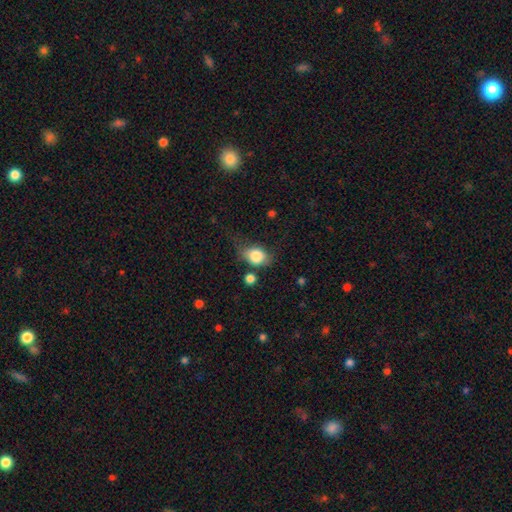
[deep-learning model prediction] This appears to be a smooth galaxy with no disk features (80%) that is in between round and cigar-shaped (55%). Merging: none (41%).